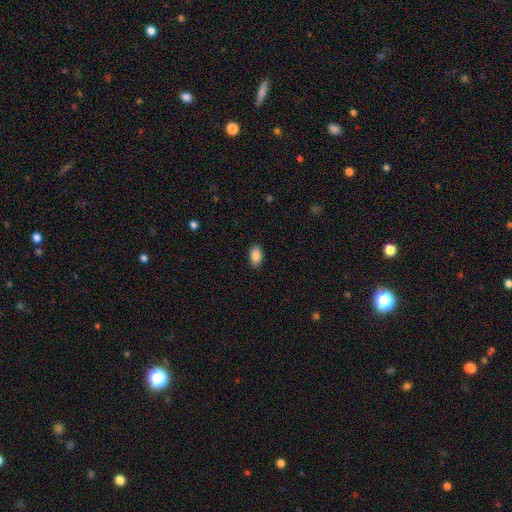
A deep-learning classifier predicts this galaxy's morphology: smooth 88%, star or artifact 8%, featured or disk 5%. Down the decision tree: how rounded — in between (90%); merging — none (88%).